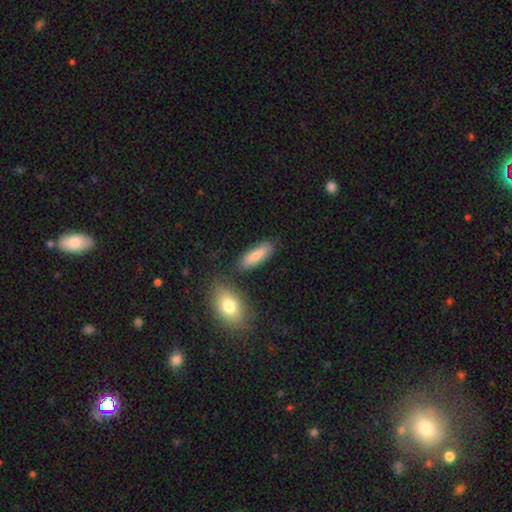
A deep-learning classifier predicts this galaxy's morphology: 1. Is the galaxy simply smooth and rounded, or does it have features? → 80% smooth, 14% featured or disk, 7% star or artifact.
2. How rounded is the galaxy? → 59% in between, 39% cigar-shaped, 2% round.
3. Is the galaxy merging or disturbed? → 77% none, 13% minor disturbance, 6% merger, 3% major disturbance.